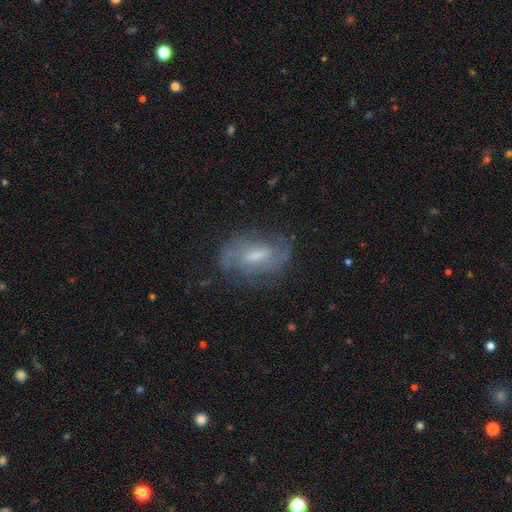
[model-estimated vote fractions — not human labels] Q: Smooth or featured?
A: featured or disk (68%); runner-up: smooth (24%)
Q: Edge-on disk?
A: no (93%); runner-up: yes (7%)
Q: Bar?
A: weak (54%); runner-up: no (25%)
Q: Spiral arms?
A: yes (82%); runner-up: no (18%)
Q: Spiral winding?
A: tight (42%); runner-up: medium (41%)
Q: Spiral arm count?
A: 2 (45%); runner-up: can't tell (37%)
Q: Bulge size?
A: moderate (45%); runner-up: small (38%)
Q: Merging?
A: none (67%); runner-up: minor disturbance (21%)